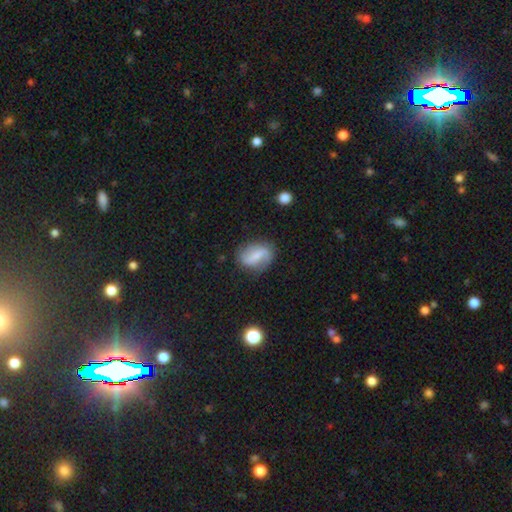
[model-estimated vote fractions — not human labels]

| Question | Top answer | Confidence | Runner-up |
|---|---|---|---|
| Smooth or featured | featured or disk | 58% | smooth (34%) |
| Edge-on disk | no | 96% | yes (4%) |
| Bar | weak | 42% | strong (37%) |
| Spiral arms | yes | 86% | no (14%) |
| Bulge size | small | 39% | none (30%) |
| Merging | none | 75% | minor disturbance (17%) |